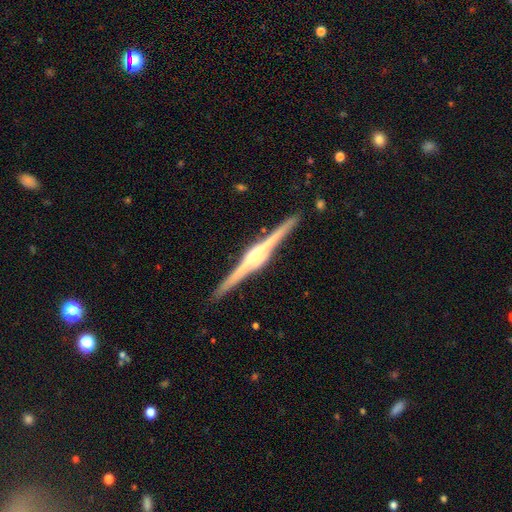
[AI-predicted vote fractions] smooth_or_featured: featured or disk (p=0.89) [alt: smooth p=0.06]
disk_edge_on: yes (p=0.99) [alt: no p=0.01]
edge_on_bulge: rounded (p=0.72) [alt: boxy p=0.23]
merging: none (p=0.91) [alt: minor disturbance p=0.06]